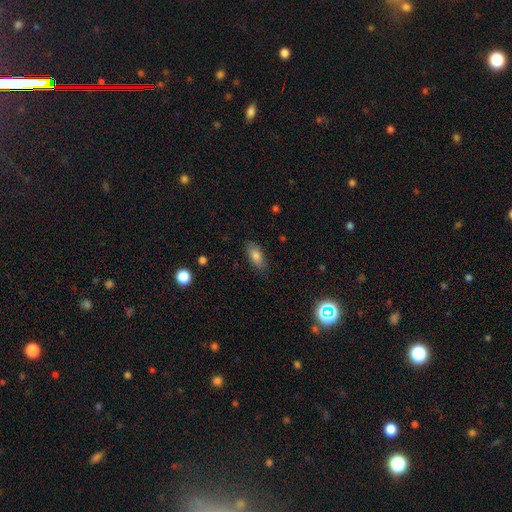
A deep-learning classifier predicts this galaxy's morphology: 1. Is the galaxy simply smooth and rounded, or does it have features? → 81% smooth, 11% featured or disk, 8% star or artifact.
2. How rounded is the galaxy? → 82% in between, 15% cigar-shaped, 3% round.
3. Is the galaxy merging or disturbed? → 84% none, 12% minor disturbance, 3% major disturbance, 1% merger.